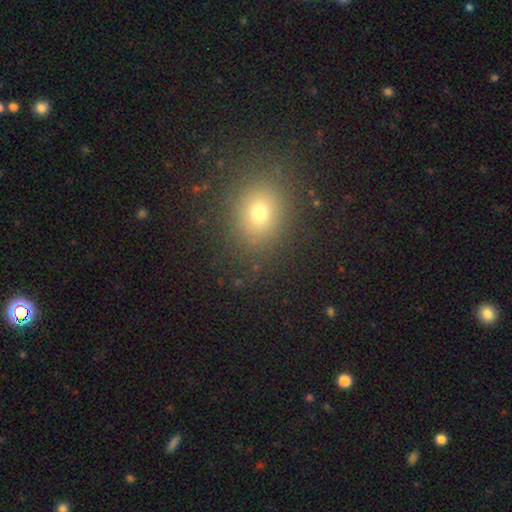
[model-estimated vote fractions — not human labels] Smooth or featured: smooth — 69% (star or artifact — 22%)
How rounded: round — 61% (in between — 37%)
Merging: none — 87% (minor disturbance — 9%)